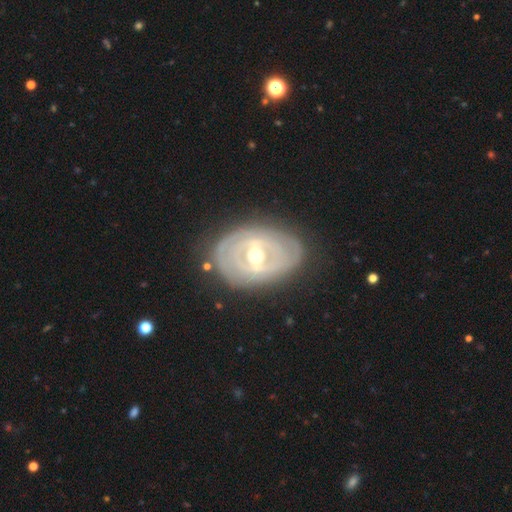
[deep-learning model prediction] A featured or disk galaxy (82%) with a weak bar (44%), tight (76%) spiral arms (70%) and a moderate central bulge (69%).

Vote fractions:
- Smooth or featured? featured or disk: 82% / smooth: 13% / star or artifact: 5%
- Edge-on disk? no: 94% / yes: 6%
- Bar? weak: 44% / strong: 36% / no: 20%
- Spiral arms? yes: 70% / no: 30%
- Spiral winding? tight: 76% / medium: 17% / loose: 7%
- Spiral arm count? can't tell: 47% / 2: 29% / 3: 10% / 4: 5% / 1: 5% / more than 4: 4%
- Bulge size? moderate: 69% / small: 24% / large: 4% / dominant: 1% / none: 1%
- Merging? none: 78% / minor disturbance: 15% / major disturbance: 5% / merger: 2%